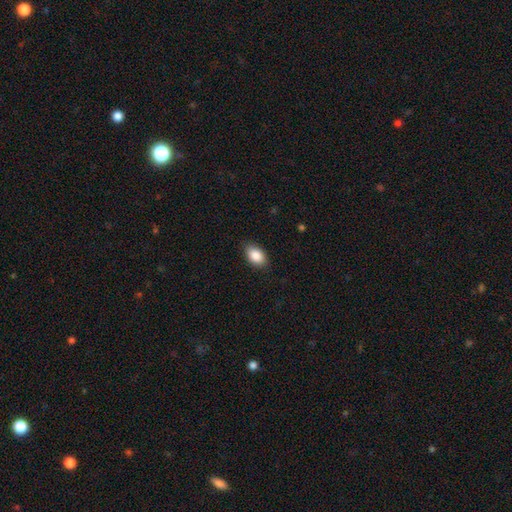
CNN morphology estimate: A smooth galaxy with no disk features (87%) that is in between round and cigar-shaped (90%).

Vote fractions:
- Smooth or featured? smooth: 87% / star or artifact: 7% / featured or disk: 5%
- How rounded? in between: 90% / round: 9% / cigar-shaped: 1%
- Merging? none: 86% / minor disturbance: 10% / major disturbance: 2% / merger: 1%